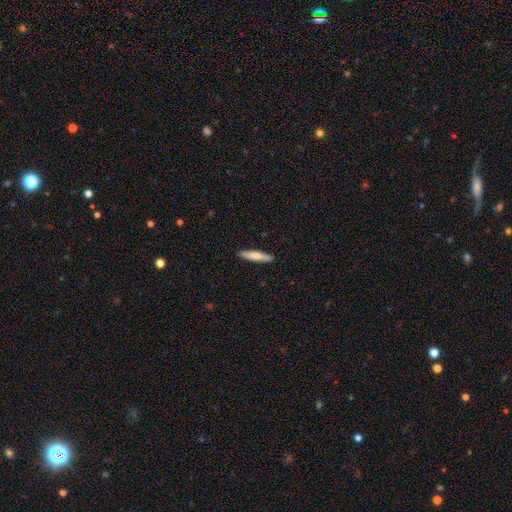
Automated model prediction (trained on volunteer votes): smooth_or_featured: smooth (p=0.72) [alt: featured or disk p=0.23]
how_rounded: cigar-shaped (p=0.89) [alt: in between p=0.09]
merging: none (p=0.90) [alt: minor disturbance p=0.08]